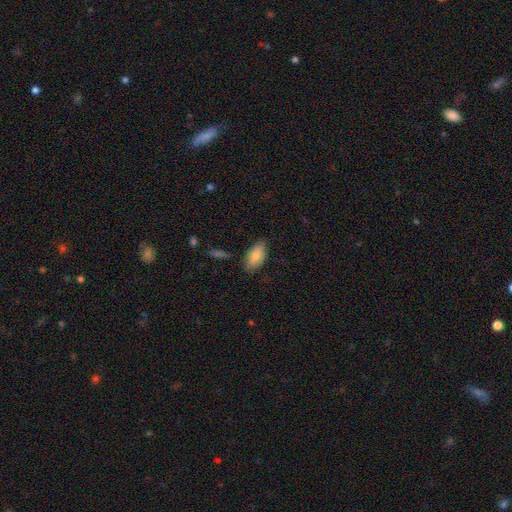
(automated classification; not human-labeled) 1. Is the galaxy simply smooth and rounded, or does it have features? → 82% smooth, 11% featured or disk, 7% star or artifact.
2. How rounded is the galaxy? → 92% in between, 5% cigar-shaped, 3% round.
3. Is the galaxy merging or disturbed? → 74% none, 20% minor disturbance, 4% major disturbance, 2% merger.